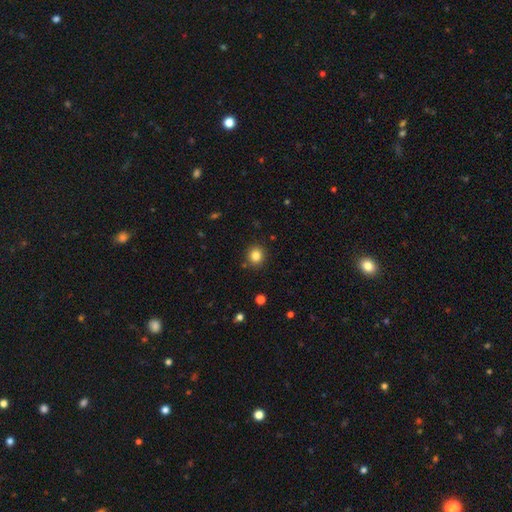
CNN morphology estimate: smooth_or_featured: smooth (p=0.83) [alt: star or artifact p=0.11]
how_rounded: round (p=0.87) [alt: in between p=0.12]
merging: none (p=0.87) [alt: minor disturbance p=0.08]